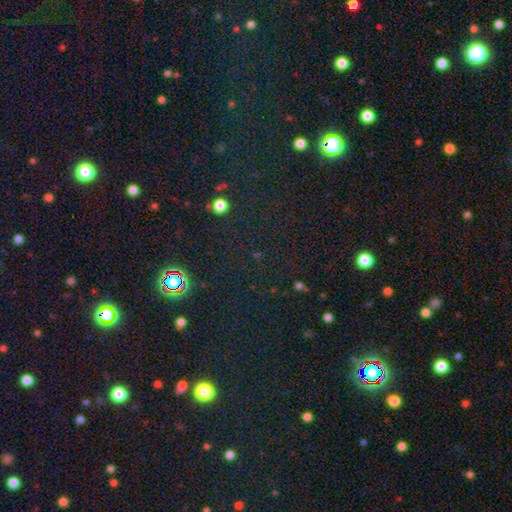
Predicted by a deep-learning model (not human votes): Morphology: type=star or artifact (71%).